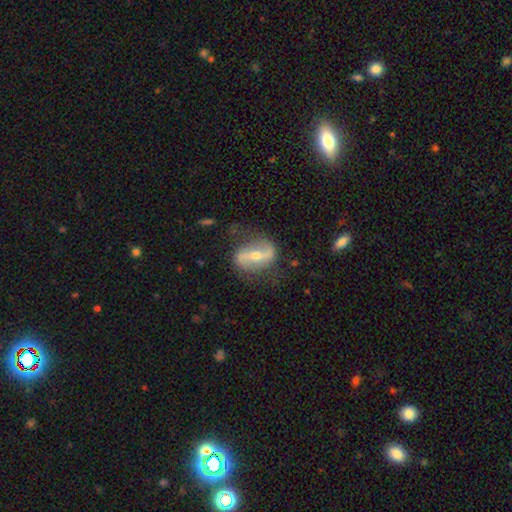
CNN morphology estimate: Smooth or featured: featured or disk — 80% (smooth — 14%)
Edge-on disk: no — 92% (yes — 8%)
Bar: strong — 60% (weak — 23%)
Spiral arms: yes — 84% (no — 16%)
Spiral winding: loose — 65% (medium — 25%)
Spiral arm count: 2 — 89% (can't tell — 5%)
Bulge size: small — 49% (moderate — 48%)
Merging: none — 72% (minor disturbance — 18%)